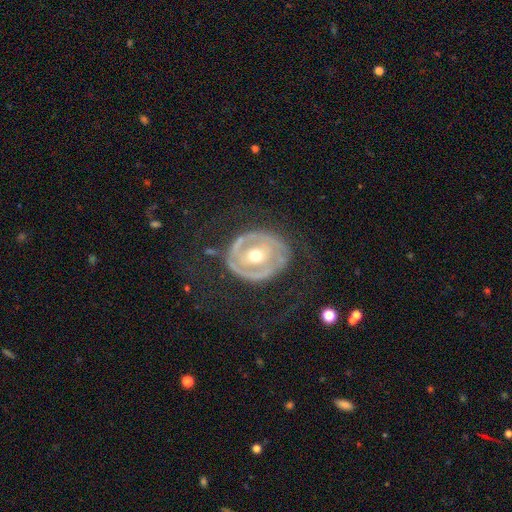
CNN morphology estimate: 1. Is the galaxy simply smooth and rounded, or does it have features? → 77% featured or disk, 16% smooth, 7% star or artifact.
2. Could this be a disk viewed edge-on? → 95% no, 5% yes.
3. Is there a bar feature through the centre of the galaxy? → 54% no, 28% weak, 18% strong.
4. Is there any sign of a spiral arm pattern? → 52% yes, 48% no.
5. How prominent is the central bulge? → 78% moderate, 15% small, 5% large, 1% dominant, 1% none.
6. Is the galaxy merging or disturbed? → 60% none, 19% minor disturbance, 19% major disturbance, 2% merger.